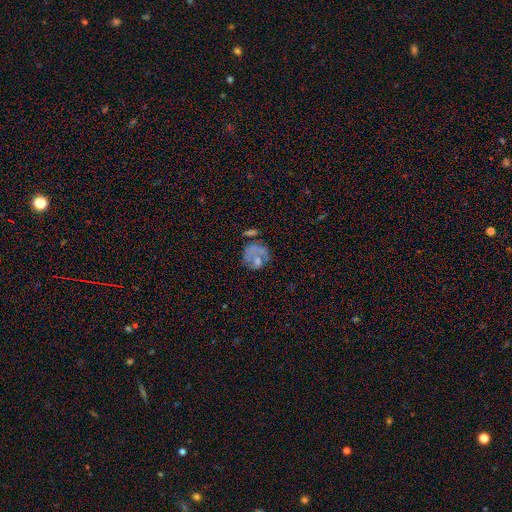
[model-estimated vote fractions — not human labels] Smooth or featured: featured or disk — 46% (smooth — 42%)
Merging: none — 45% (major disturbance — 23%)